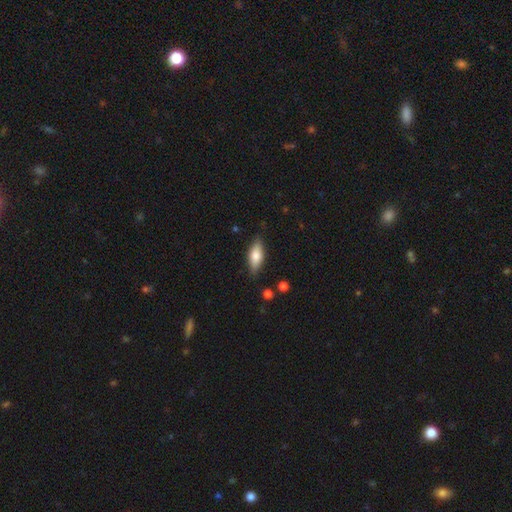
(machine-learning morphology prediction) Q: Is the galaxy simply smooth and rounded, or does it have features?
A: smooth — 70%.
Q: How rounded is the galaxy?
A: in between — 72%.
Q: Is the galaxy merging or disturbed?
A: none — 83%.